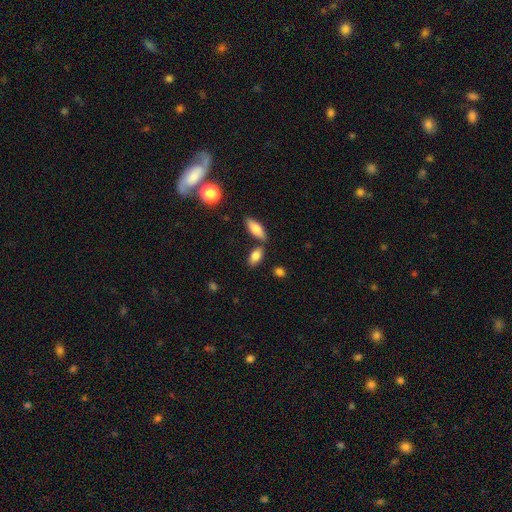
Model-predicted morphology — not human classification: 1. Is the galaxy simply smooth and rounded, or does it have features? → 82% smooth, 11% featured or disk, 8% star or artifact.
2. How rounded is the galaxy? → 87% in between, 8% cigar-shaped, 6% round.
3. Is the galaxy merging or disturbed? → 69% none, 15% merger, 12% minor disturbance, 3% major disturbance.